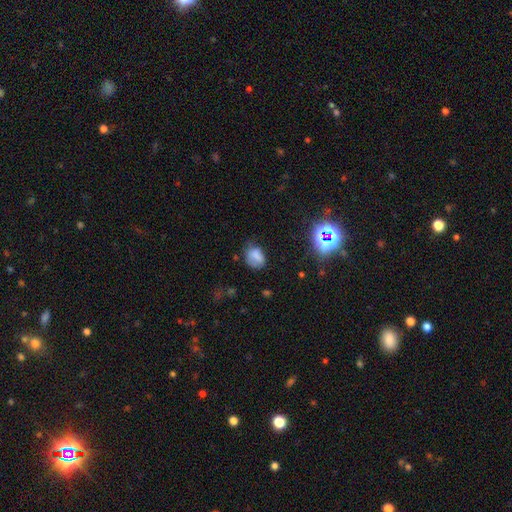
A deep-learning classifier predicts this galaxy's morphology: Q: Smooth or featured?
A: smooth (72%); runner-up: star or artifact (14%)
Q: How rounded?
A: in between (64%); runner-up: round (35%)
Q: Merging?
A: none (52%); runner-up: minor disturbance (31%)